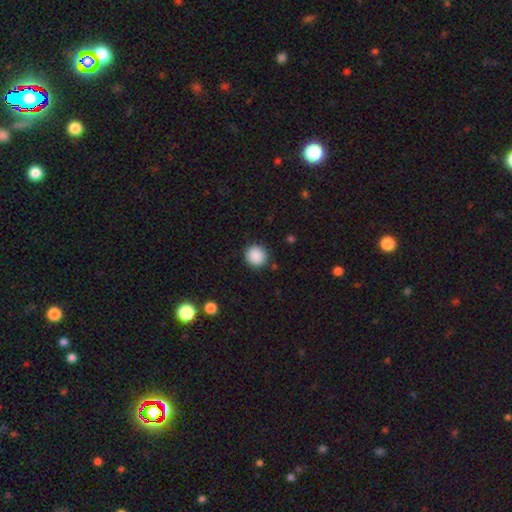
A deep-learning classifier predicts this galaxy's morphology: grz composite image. It shows a smooth galaxy with no disk features (89%) that is round (93%). Merging: none (90%).